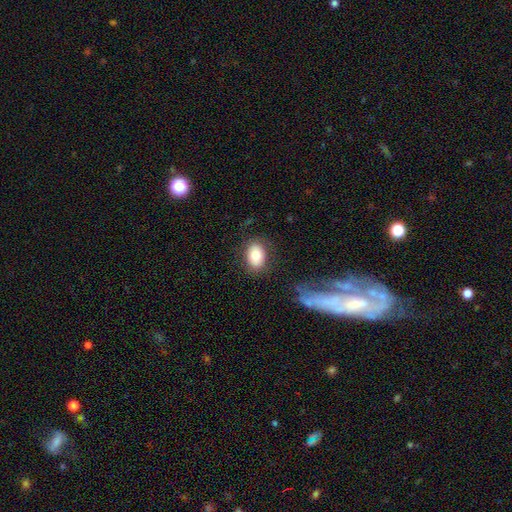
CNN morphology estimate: Smooth or featured? Predicted: smooth (p=0.81). How rounded? Predicted: in between (p=0.78). Merging? Predicted: none (p=0.81).